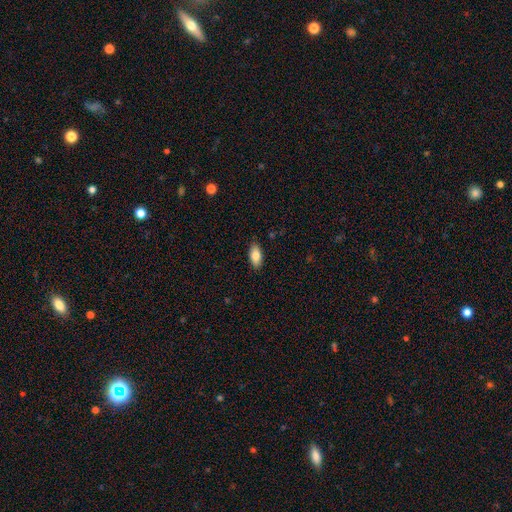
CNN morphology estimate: Q: Smooth or featured?
A: smooth (83%); runner-up: featured or disk (10%)
Q: How rounded?
A: in between (90%); runner-up: cigar-shaped (8%)
Q: Merging?
A: none (88%); runner-up: minor disturbance (9%)